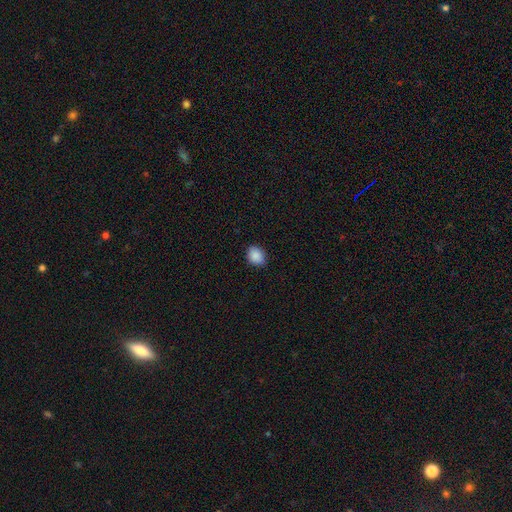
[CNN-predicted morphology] smooth_or_featured: smooth (p=0.89) [alt: star or artifact p=0.08]
how_rounded: round (p=0.50) [alt: in between p=0.49]
merging: none (p=0.85) [alt: minor disturbance p=0.12]